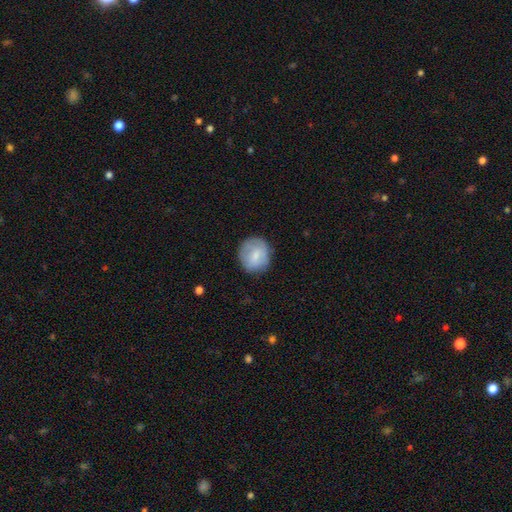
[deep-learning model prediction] Smooth or featured? smooth (74%)
How rounded? round (79%)
Merging? none (77%)